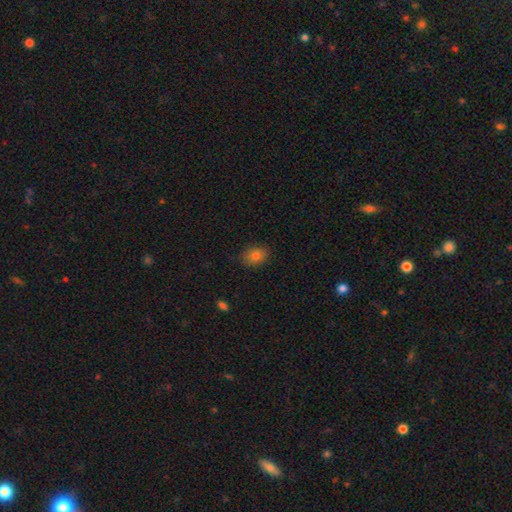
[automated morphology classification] smooth 80%, star or artifact 11%, featured or disk 9%. Down the decision tree: how rounded — in between (70%); merging — none (85%).